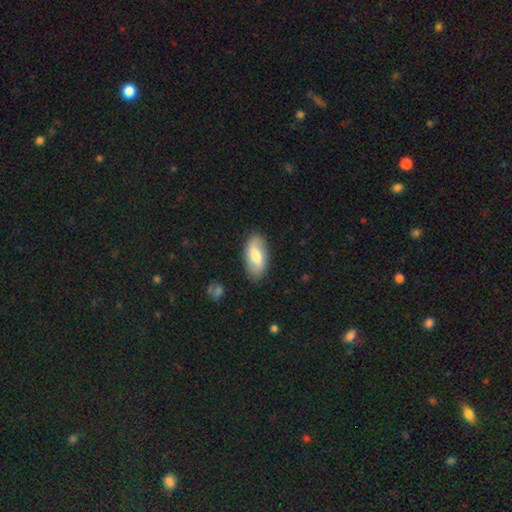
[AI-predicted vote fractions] The model was most divided on "smooth or featured": smooth: 57%, featured or disk: 37%, star or artifact: 6%. More confident: how rounded — in between (92%); merging — none (84%).